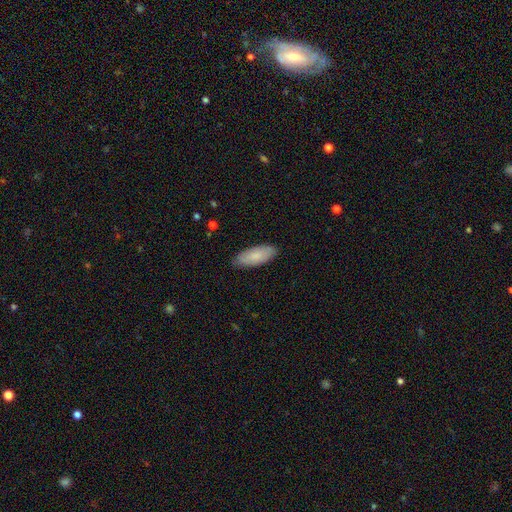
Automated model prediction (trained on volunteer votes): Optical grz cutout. It shows a smooth galaxy with no disk features (84%) that is in between round and cigar-shaped (76%). Merging: none (87%).